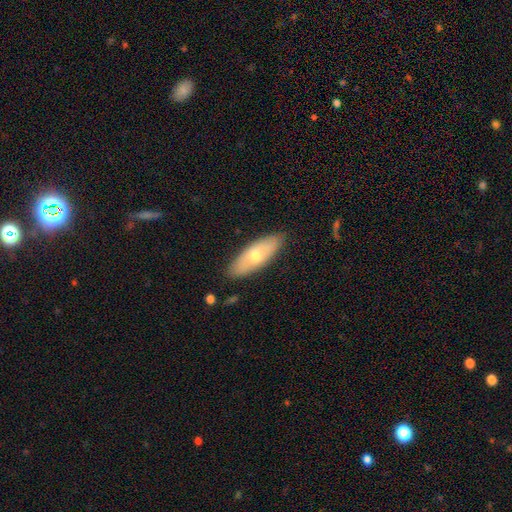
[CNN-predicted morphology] Overall: smooth (57%; featured or disk 37%). How rounded: in between (71%). Merging: none (85%).